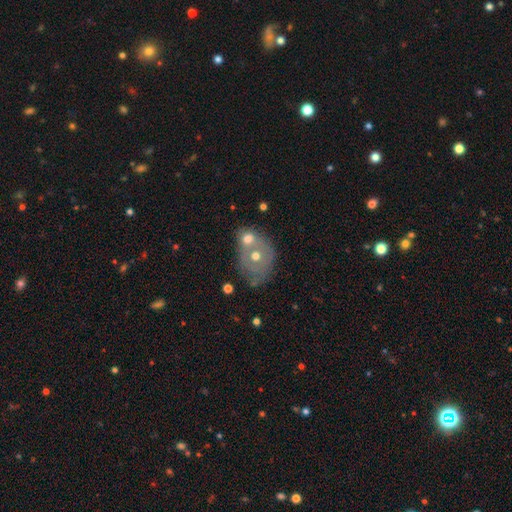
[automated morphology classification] This appears to be a featured or disk galaxy (46%). Merging: merger (53%).